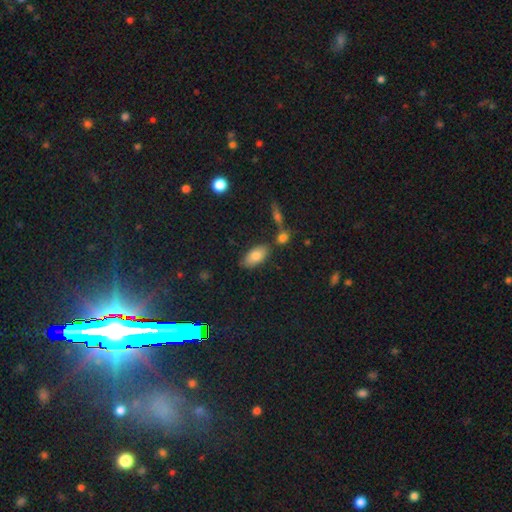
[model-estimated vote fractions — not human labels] The model was most divided on "merging": none: 75%, minor disturbance: 13%, merger: 9%, major disturbance: 3%. More confident: how rounded — in between (91%); smooth or featured — smooth (81%).